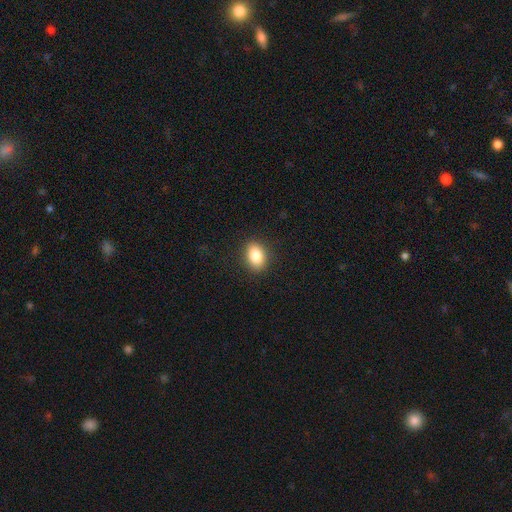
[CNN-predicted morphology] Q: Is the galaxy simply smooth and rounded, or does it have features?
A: smooth — 84%.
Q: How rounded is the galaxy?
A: in between — 79%.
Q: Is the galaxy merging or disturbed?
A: none — 89%.